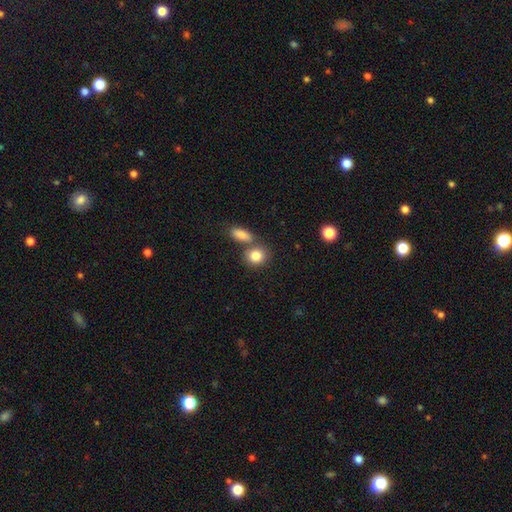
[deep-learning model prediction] Smooth or featured?
  - smooth: 85% *
  - star or artifact: 8%
  - featured or disk: 7%
How rounded?
  - round: 63% *
  - in between: 35%
  - cigar-shaped: 2%
Merging?
  - none: 55% *
  - merger: 32%
  - minor disturbance: 10%
  - major disturbance: 3%